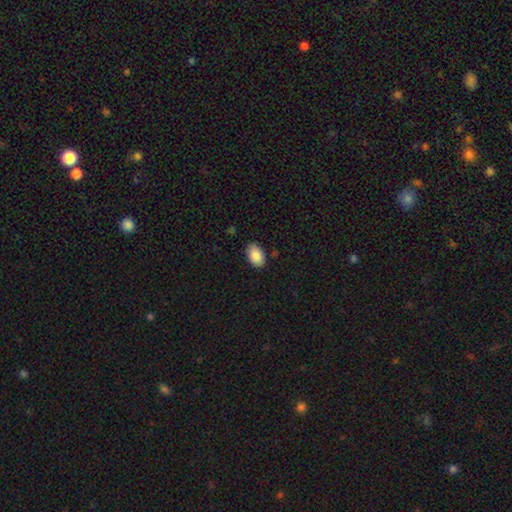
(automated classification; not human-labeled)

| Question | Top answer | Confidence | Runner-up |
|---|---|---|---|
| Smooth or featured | smooth | 88% | star or artifact (7%) |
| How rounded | in between | 92% | round (7%) |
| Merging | none | 85% | minor disturbance (11%) |